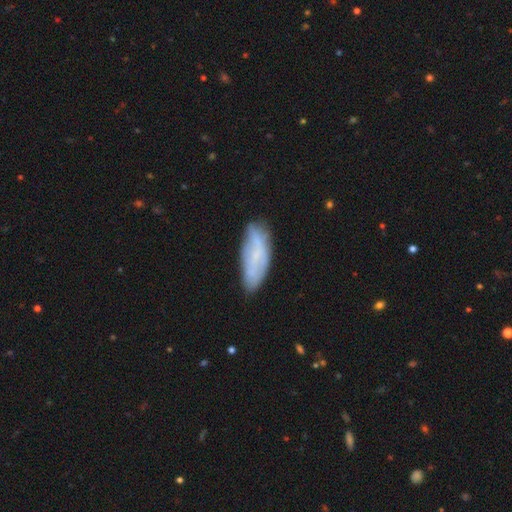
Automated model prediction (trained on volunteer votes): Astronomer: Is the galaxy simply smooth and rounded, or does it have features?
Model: smooth — 56% (runner-up: featured or disk, 36%).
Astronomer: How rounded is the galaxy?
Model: in between — 66%.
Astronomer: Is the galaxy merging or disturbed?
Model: none — 68%.